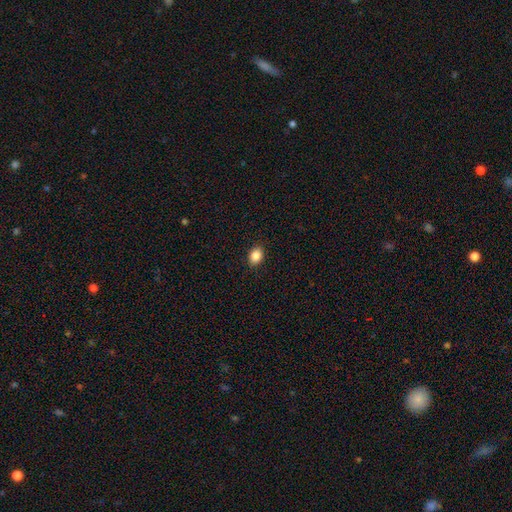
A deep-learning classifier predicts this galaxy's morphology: Overall: smooth (87%). How rounded: in between (64%; round 35%). Merging: none (90%).